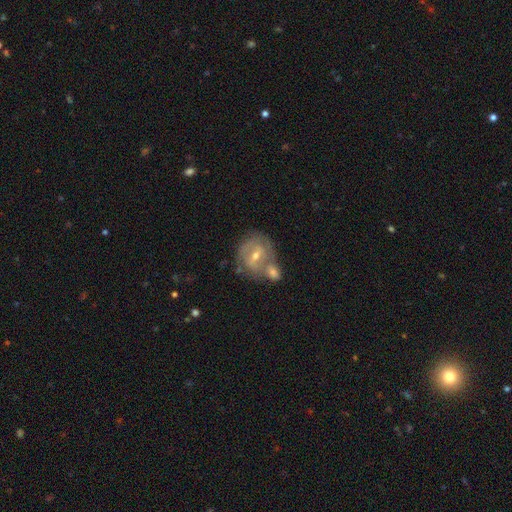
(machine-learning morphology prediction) A featured or disk galaxy (68%) with a weak bar (50%), spiral arms (73%) and a moderate central bulge (52%). Merging: merger (42%).